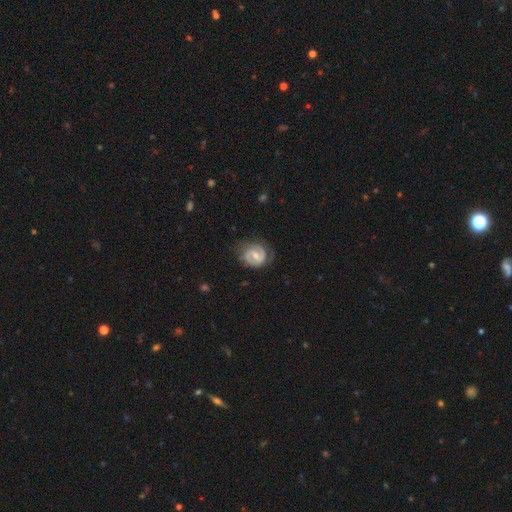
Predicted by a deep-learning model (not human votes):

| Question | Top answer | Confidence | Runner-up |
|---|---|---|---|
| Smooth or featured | featured or disk | 80% | smooth (15%) |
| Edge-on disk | no | 98% | yes (2%) |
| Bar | weak | 54% | strong (26%) |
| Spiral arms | yes | 93% | no (7%) |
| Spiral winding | tight | 47% | medium (41%) |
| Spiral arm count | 2 | 81% | can't tell (9%) |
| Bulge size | small | 47% | moderate (43%) |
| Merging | none | 71% | minor disturbance (19%) |